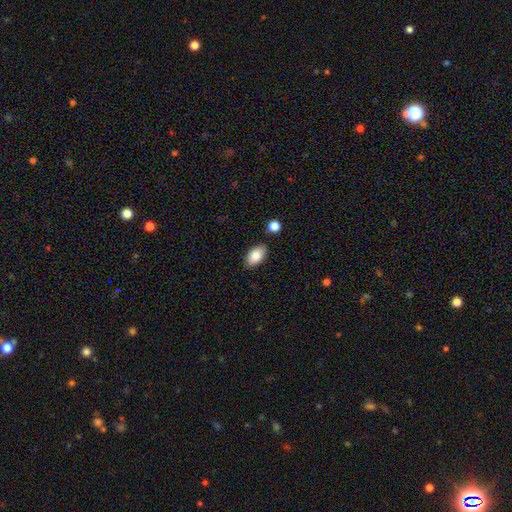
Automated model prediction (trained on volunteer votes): Smooth or featured: smooth — 86% (featured or disk — 7%)
How rounded: in between — 93% (round — 6%)
Merging: none — 83% (minor disturbance — 11%)